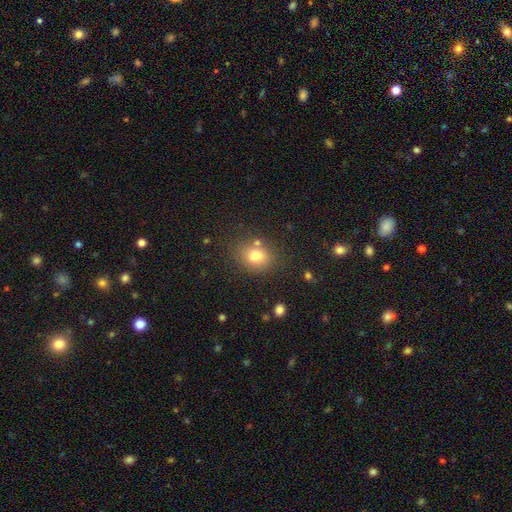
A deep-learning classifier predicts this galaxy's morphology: The model was most divided on "how rounded": round: 56%, in between: 43%, cigar-shaped: 1%. More confident: smooth or featured — smooth (77%); merging — none (71%).